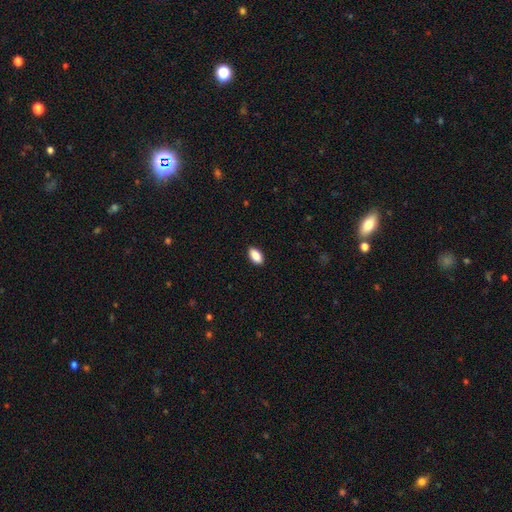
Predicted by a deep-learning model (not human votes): A smooth galaxy with no disk features (89%) that is in between round and cigar-shaped (92%).

Vote fractions:
- Smooth or featured? smooth: 89% / star or artifact: 7% / featured or disk: 5%
- How rounded? in between: 92% / cigar-shaped: 4% / round: 3%
- Merging? none: 90% / minor disturbance: 8% / major disturbance: 2% / merger: 1%